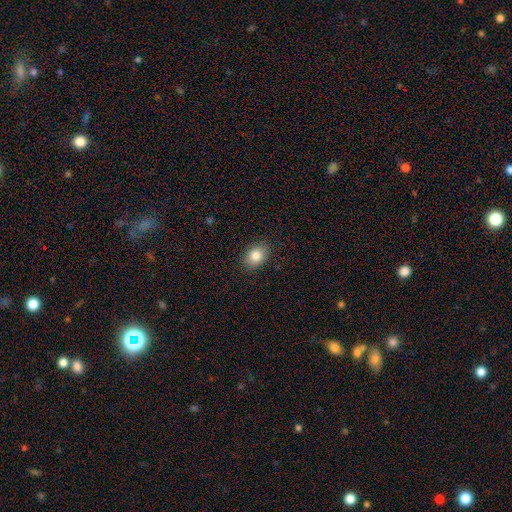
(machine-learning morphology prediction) A smooth galaxy with no disk features (83%) that is in between round and cigar-shaped (65%). Merging: none (88%).